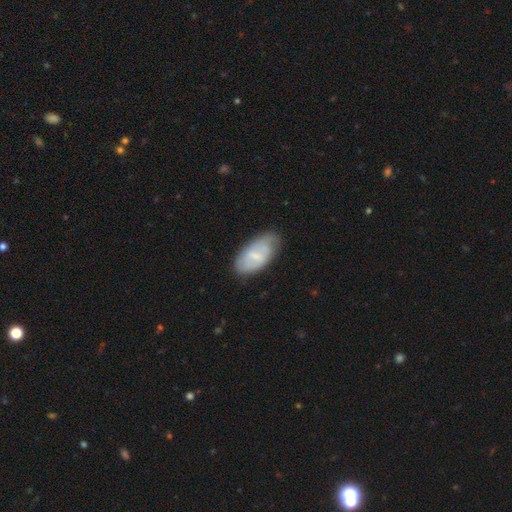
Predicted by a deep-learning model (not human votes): This is possibly a smooth galaxy (48%). Merging: likely none (67%).